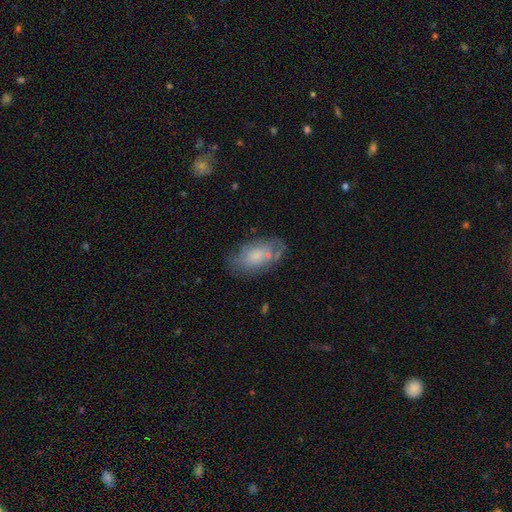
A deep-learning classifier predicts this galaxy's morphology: This appears to be a smooth galaxy with no disk features (56%) that is in between round and cigar-shaped (92%). Merging: none (61%).